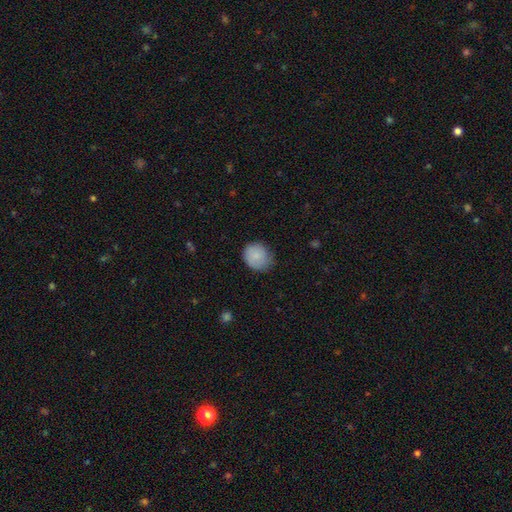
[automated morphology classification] Q: Smooth or featured?
A: smooth (84%); runner-up: featured or disk (10%)
Q: How rounded?
A: round (77%); runner-up: in between (22%)
Q: Merging?
A: none (66%); runner-up: minor disturbance (27%)